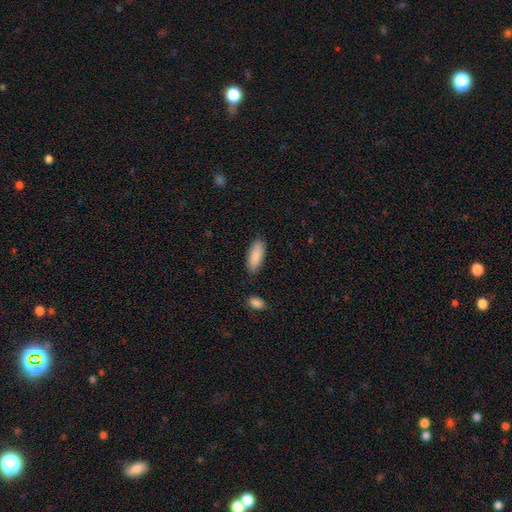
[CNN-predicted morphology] Smooth or featured: smooth — 89% (star or artifact — 6%)
How rounded: in between — 79% (cigar-shaped — 19%)
Merging: none — 84% (minor disturbance — 11%)